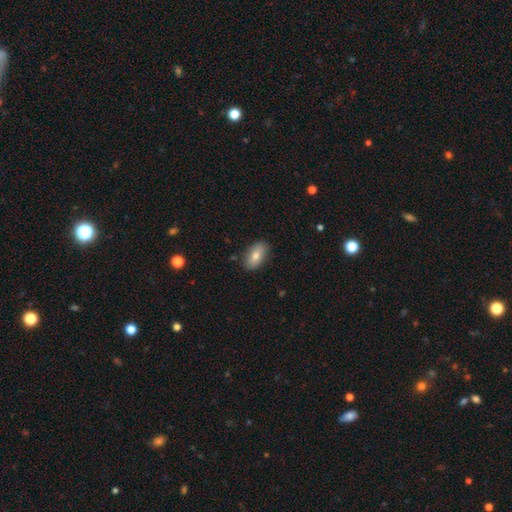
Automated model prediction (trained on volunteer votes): smooth_or_featured: smooth (p=0.77) [alt: featured or disk p=0.16]
how_rounded: in between (p=0.91) [alt: round p=0.05]
merging: none (p=0.85) [alt: minor disturbance p=0.11]